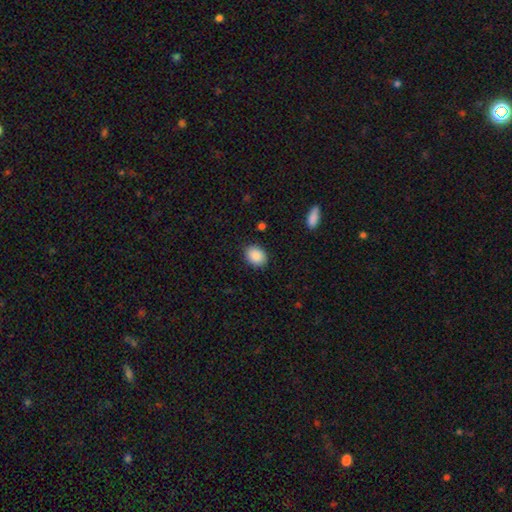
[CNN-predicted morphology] Smooth or featured?
  - smooth: 90% *
  - star or artifact: 7%
  - featured or disk: 3%
How rounded?
  - in between: 63% *
  - round: 36%
  - cigar-shaped: 1%
Merging?
  - none: 87% *
  - minor disturbance: 9%
  - major disturbance: 2%
  - merger: 1%